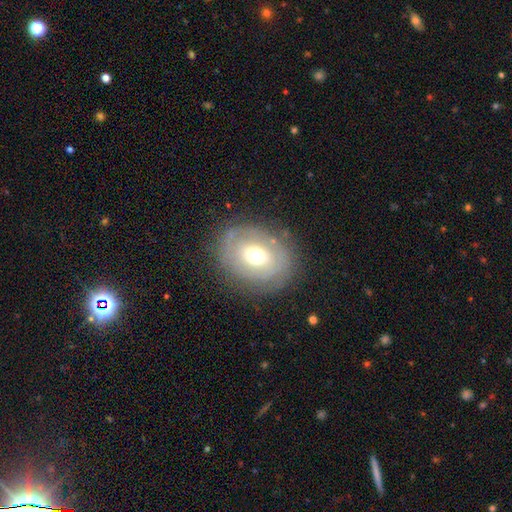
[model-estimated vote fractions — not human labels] Smooth or featured? Predicted: featured or disk (p=0.51). Edge-on disk? Predicted: no (p=0.94). Merging? Predicted: none (p=0.78).